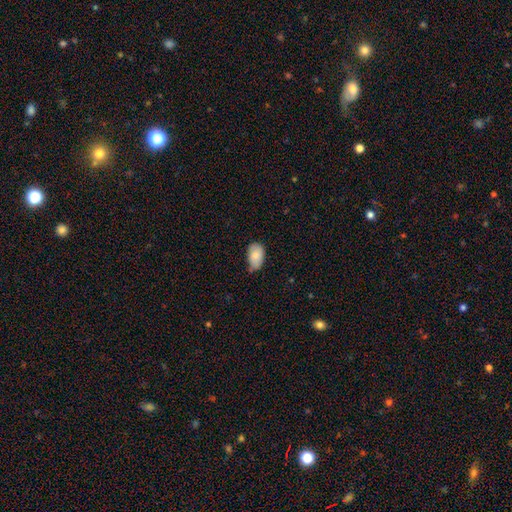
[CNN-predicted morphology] The model was most divided on "merging": none: 46%, minor disturbance: 44%, major disturbance: 8%, merger: 3%. More confident: how rounded — in between (91%); smooth or featured — smooth (83%).